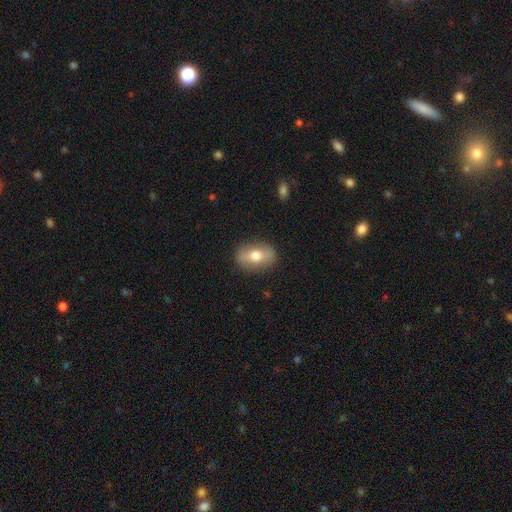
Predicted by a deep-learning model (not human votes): A smooth galaxy with no disk features (59%) that is in between round and cigar-shaped (76%).

Vote fractions:
- Smooth or featured? smooth: 59% / featured or disk: 34% / star or artifact: 7%
- How rounded? in between: 76% / round: 21% / cigar-shaped: 3%
- Merging? none: 86% / minor disturbance: 10% / major disturbance: 3% / merger: 1%